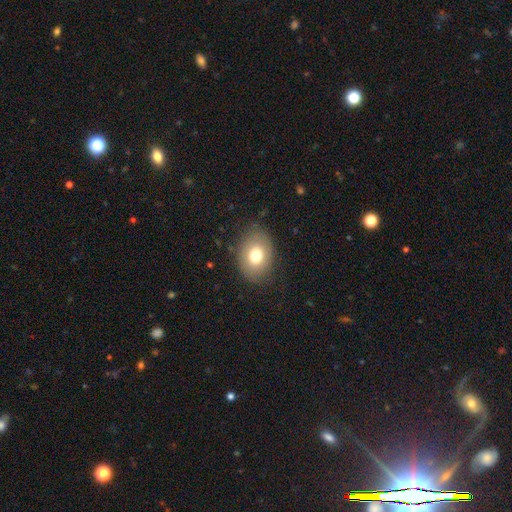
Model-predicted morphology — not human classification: type=smooth (75%); roundness=in between (69%); merging=none (82%).